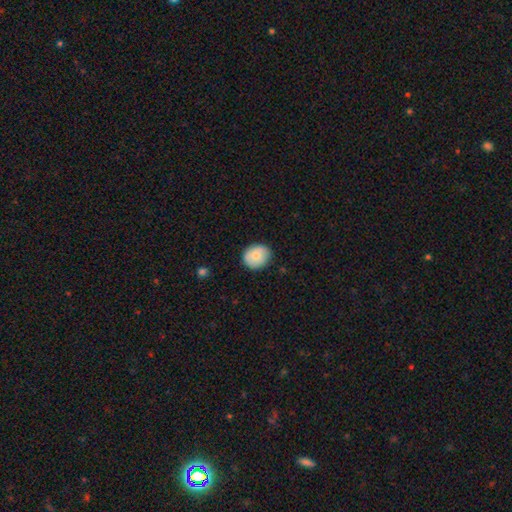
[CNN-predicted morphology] Overall: smooth (81%). How rounded: round (70%; in between 30%). Merging: none (84%).